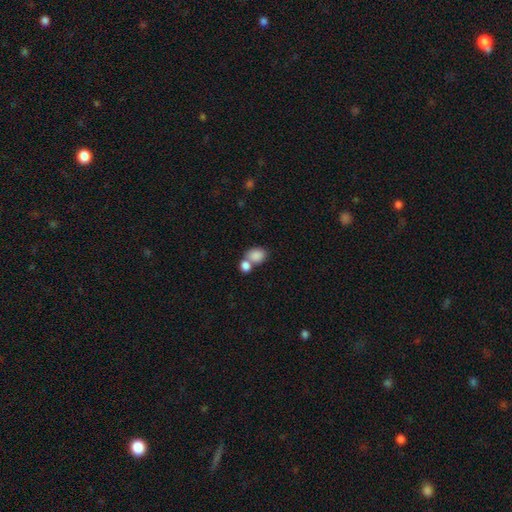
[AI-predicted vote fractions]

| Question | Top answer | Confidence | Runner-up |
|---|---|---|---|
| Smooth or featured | smooth | 85% | star or artifact (8%) |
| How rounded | in between | 62% | round (37%) |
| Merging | merger | 52% | none (36%) |